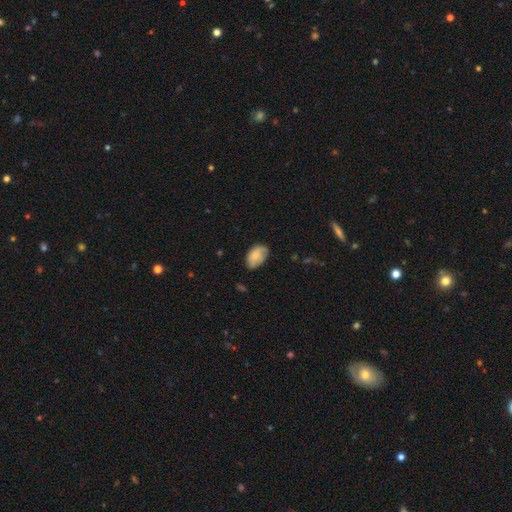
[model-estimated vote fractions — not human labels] This is likely a smooth galaxy (76%). How rounded: clearly in between (91%). Merging: likely none (64%).